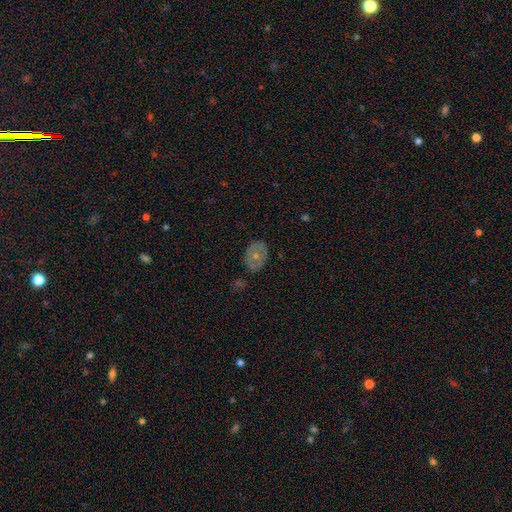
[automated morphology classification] A smooth galaxy with no disk features (46%). Merging: none (78%).